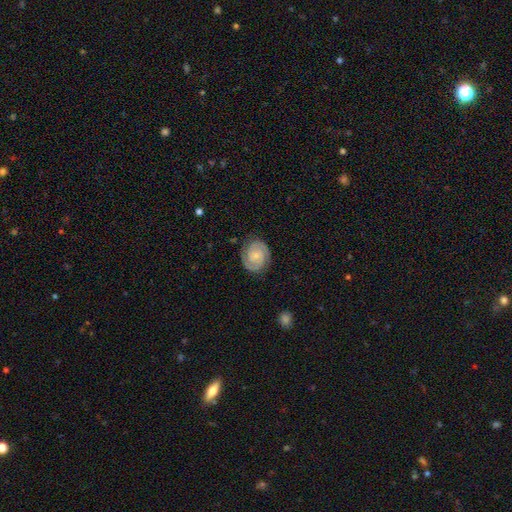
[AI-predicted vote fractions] Smooth or featured: featured or disk — 85% (smooth — 10%)
Edge-on disk: no — 98% (yes — 2%)
Bar: no — 69% (weak — 25%)
Spiral arms: yes — 98% (no — 2%)
Spiral winding: tight — 71% (medium — 25%)
Spiral arm count: 2 — 91% (can't tell — 3%)
Bulge size: small — 63% (moderate — 23%)
Merging: none — 85% (minor disturbance — 11%)